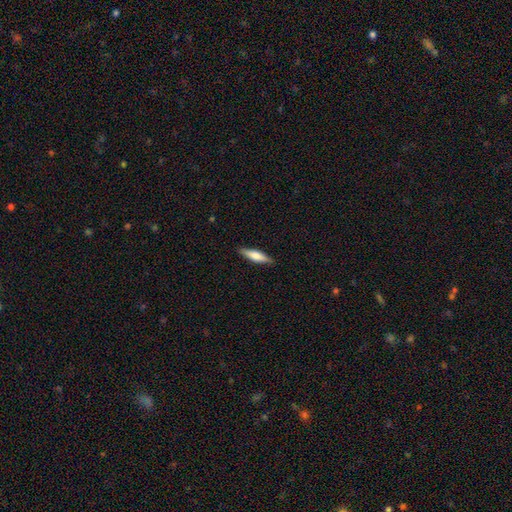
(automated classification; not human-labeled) Smooth or featured?
  - smooth: 64% *
  - featured or disk: 30%
  - star or artifact: 6%
How rounded?
  - cigar-shaped: 70% *
  - in between: 29%
  - round: 2%
Merging?
  - none: 88% *
  - minor disturbance: 9%
  - major disturbance: 2%
  - merger: 1%